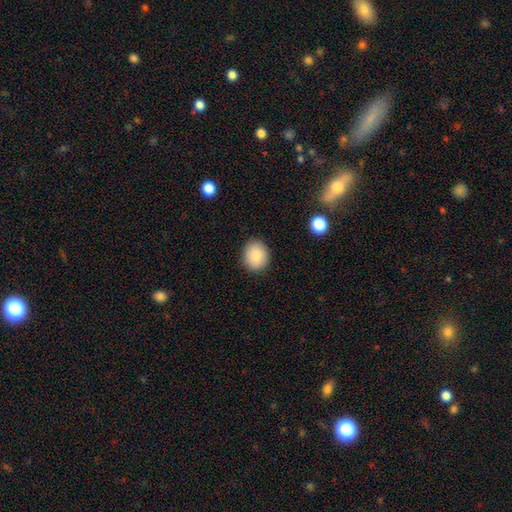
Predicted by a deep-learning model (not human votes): Smooth or featured? Predicted: smooth (p=0.85). How rounded? Predicted: round (p=0.68). Merging? Predicted: none (p=0.88).